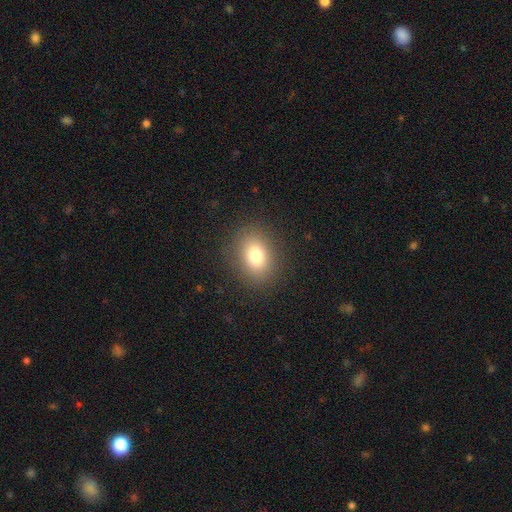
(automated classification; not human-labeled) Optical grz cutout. It shows a smooth galaxy with no disk features (78%) that is in between round and cigar-shaped (61%). Merging: none (86%).